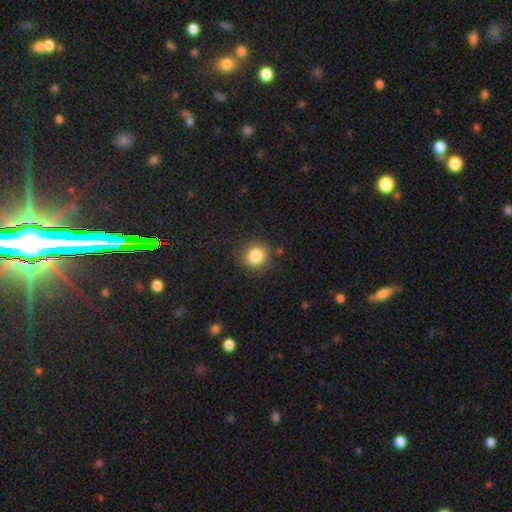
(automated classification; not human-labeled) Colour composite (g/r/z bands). It shows a smooth galaxy with no disk features (84%) that is round (84%). Merging: none (85%).